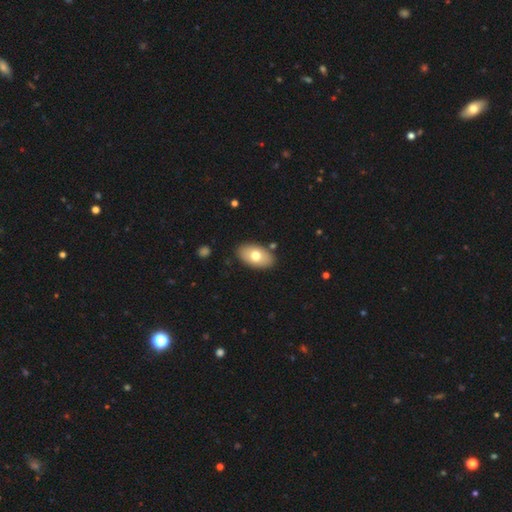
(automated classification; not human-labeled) Smooth or featured? smooth (71%)
How rounded? in between (94%)
Merging? none (86%)